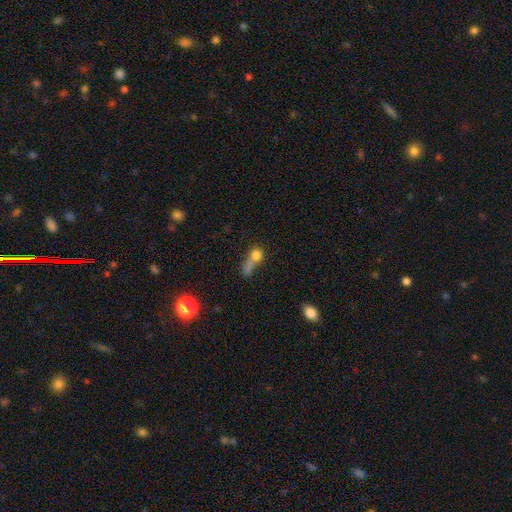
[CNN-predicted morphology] Q: Smooth or featured?
A: smooth (71%); runner-up: featured or disk (16%)
Q: How rounded?
A: round (61%); runner-up: in between (29%)
Q: Merging?
A: merger (45%); runner-up: none (26%)